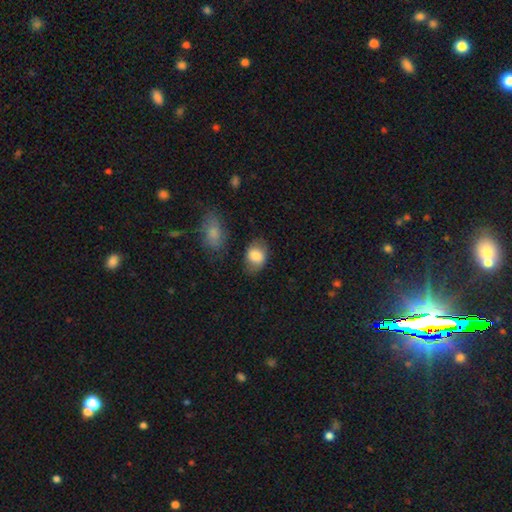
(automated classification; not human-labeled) A smooth galaxy with no disk features (83%) that is in between round and cigar-shaped (68%).

Vote fractions:
- Smooth or featured? smooth: 83% / featured or disk: 9% / star or artifact: 7%
- How rounded? in between: 68% / round: 30% / cigar-shaped: 1%
- Merging? none: 64% / minor disturbance: 24% / major disturbance: 7% / merger: 5%